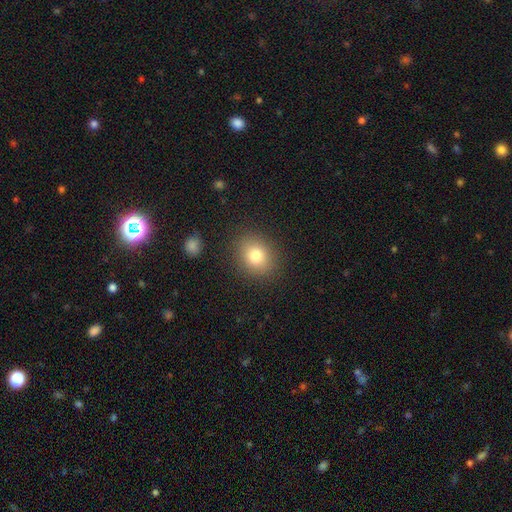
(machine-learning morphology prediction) The model was most divided on "how rounded": round: 61%, in between: 38%, cigar-shaped: 1%. More confident: merging — none (86%); smooth or featured — smooth (79%).